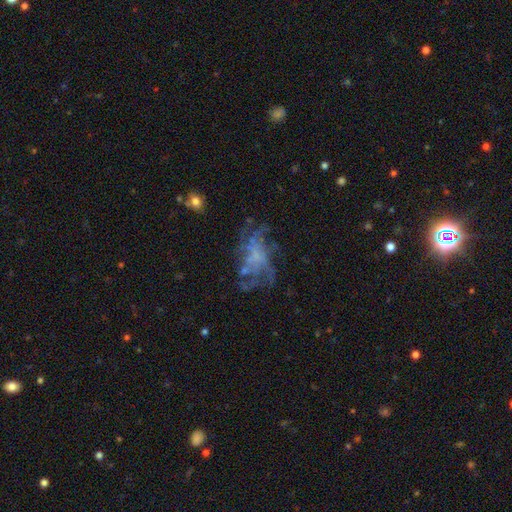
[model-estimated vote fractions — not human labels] Q: Smooth or featured?
A: featured or disk (66%); runner-up: smooth (18%)
Q: Edge-on disk?
A: no (97%); runner-up: yes (3%)
Q: Bar?
A: no (80%); runner-up: weak (16%)
Q: Spiral arms?
A: yes (51%); runner-up: no (49%)
Q: Bulge size?
A: none (66%); runner-up: small (18%)
Q: Merging?
A: none (49%); runner-up: major disturbance (30%)